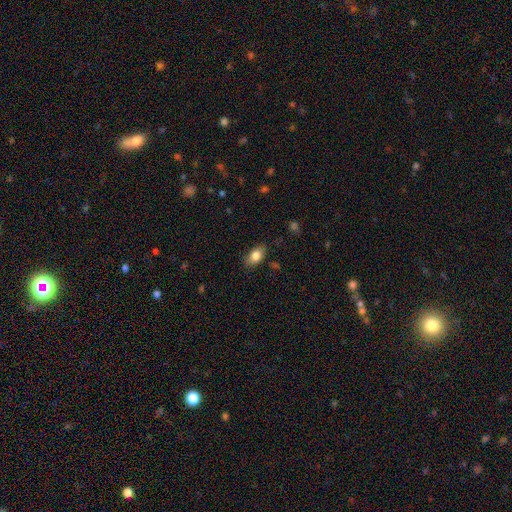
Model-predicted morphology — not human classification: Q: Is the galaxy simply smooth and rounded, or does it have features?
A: smooth — 82%.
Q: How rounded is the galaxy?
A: in between — 86%.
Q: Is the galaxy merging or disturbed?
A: none — 81%.